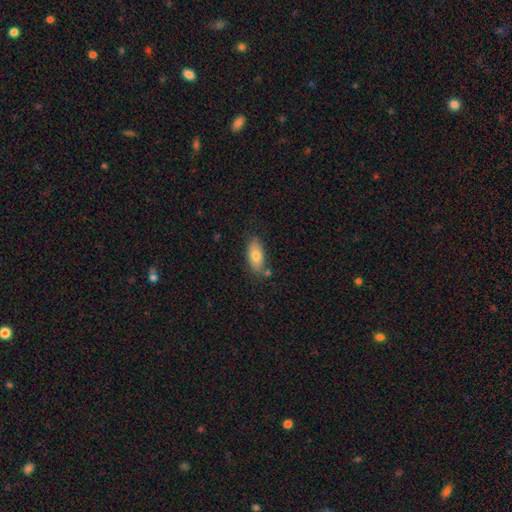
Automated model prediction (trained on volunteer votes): Smooth or featured: smooth — 76% (featured or disk — 16%)
How rounded: in between — 87% (cigar-shaped — 10%)
Merging: none — 72% (minor disturbance — 17%)